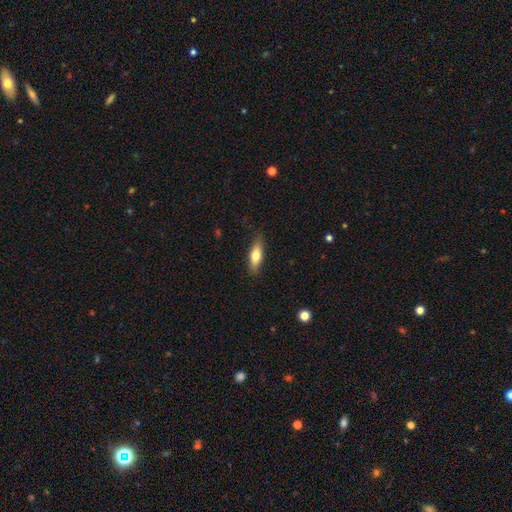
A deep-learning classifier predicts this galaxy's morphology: This is likely a smooth galaxy (73%). How rounded: likely in between (60%). Merging: clearly none (84%).